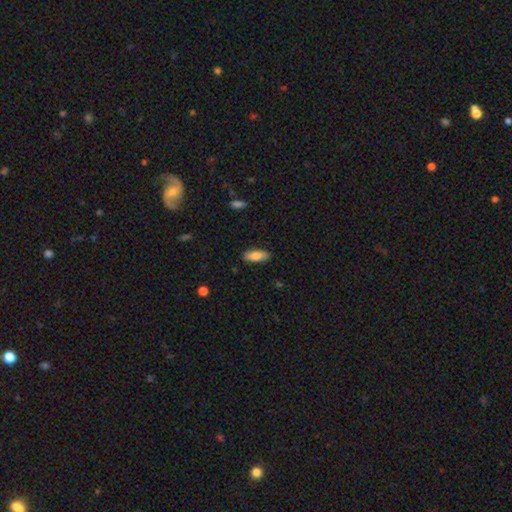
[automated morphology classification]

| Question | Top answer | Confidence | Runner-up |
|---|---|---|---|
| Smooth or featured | smooth | 81% | featured or disk (12%) |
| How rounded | in between | 73% | cigar-shaped (25%) |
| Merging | none | 87% | minor disturbance (10%) |